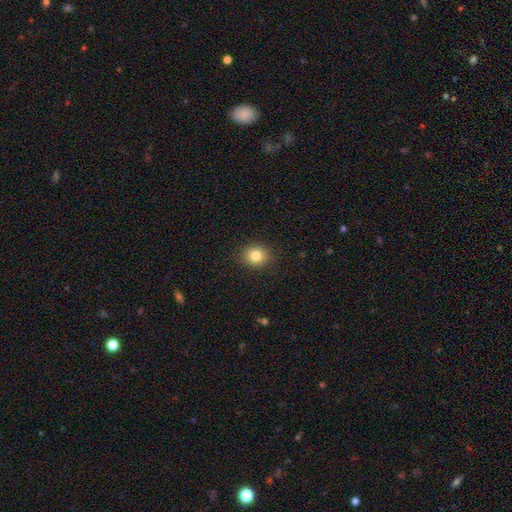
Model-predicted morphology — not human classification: This is clearly a smooth galaxy (82%). How rounded: likely round (75%). Merging: clearly none (90%).